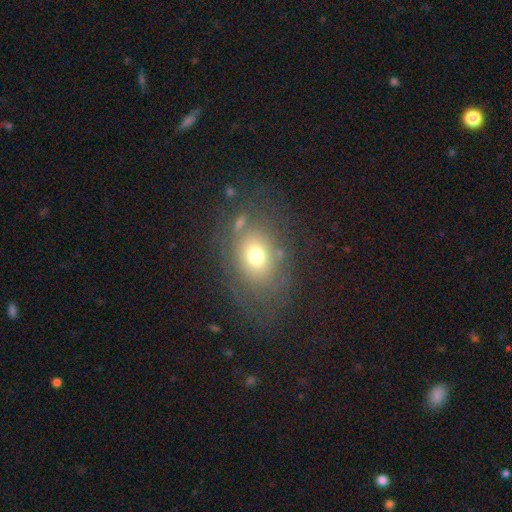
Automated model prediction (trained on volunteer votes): A smooth galaxy with no disk features (60%) that is in between round and cigar-shaped (60%).

Vote fractions:
- Smooth or featured? smooth: 60% / featured or disk: 26% / star or artifact: 14%
- How rounded? in between: 60% / round: 39% / cigar-shaped: 1%
- Merging? none: 66% / minor disturbance: 17% / major disturbance: 12% / merger: 5%